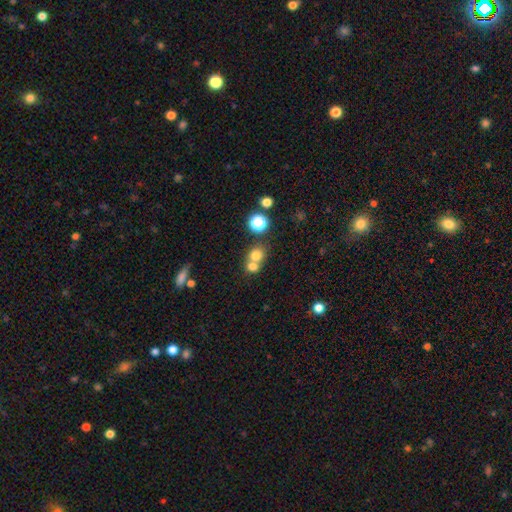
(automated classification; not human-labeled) This appears to be a smooth galaxy with no disk features (73%) that is round (75%). Merging: merger (52%).